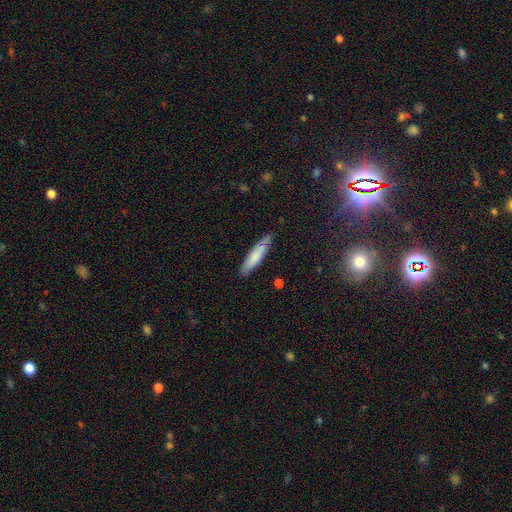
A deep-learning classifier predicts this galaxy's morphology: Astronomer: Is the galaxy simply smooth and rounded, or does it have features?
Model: smooth — 76%.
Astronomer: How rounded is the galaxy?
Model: cigar-shaped — 83%.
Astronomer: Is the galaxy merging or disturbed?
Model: none — 85%.